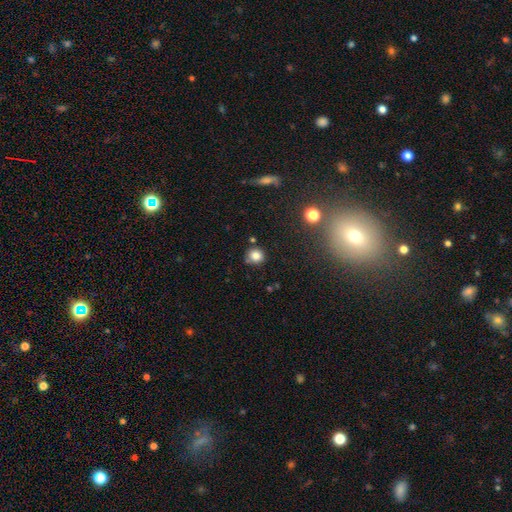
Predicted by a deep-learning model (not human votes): The model was most divided on "smooth or featured": smooth: 81%, star or artifact: 13%, featured or disk: 6%. More confident: how rounded — round (88%); merging — none (80%).